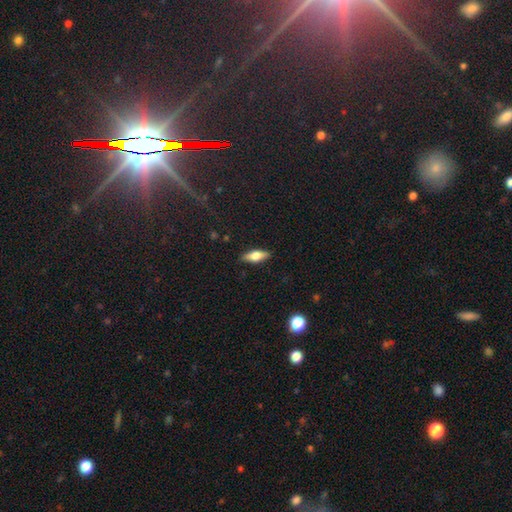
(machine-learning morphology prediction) Smooth or featured: smooth — 55% (featured or disk — 38%)
How rounded: in between — 64% (cigar-shaped — 33%)
Merging: none — 88% (minor disturbance — 9%)